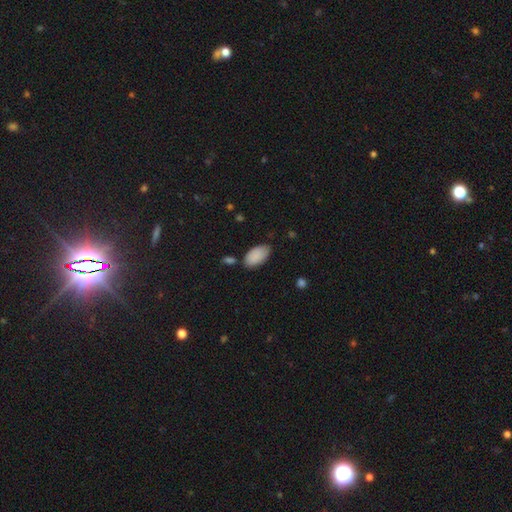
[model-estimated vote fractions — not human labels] Smooth or featured: smooth — 89% (star or artifact — 6%)
How rounded: in between — 95% (cigar-shaped — 2%)
Merging: none — 73% (minor disturbance — 19%)